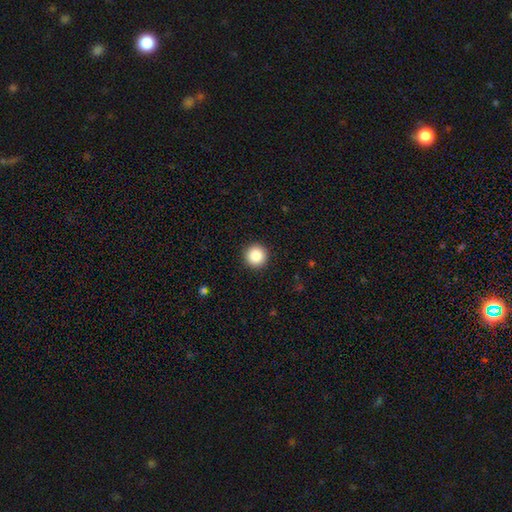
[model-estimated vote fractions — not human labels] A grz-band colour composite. It shows a smooth galaxy with no disk features (86%) that is round (97%). Merging: none (93%).